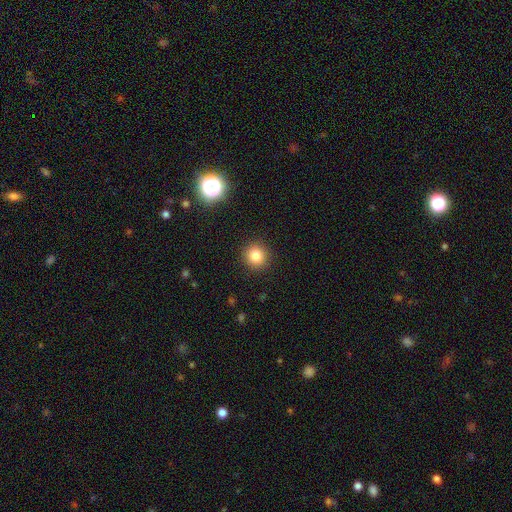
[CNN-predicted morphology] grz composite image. It shows a smooth galaxy with no disk features (82%) that is round (91%). Merging: none (91%).